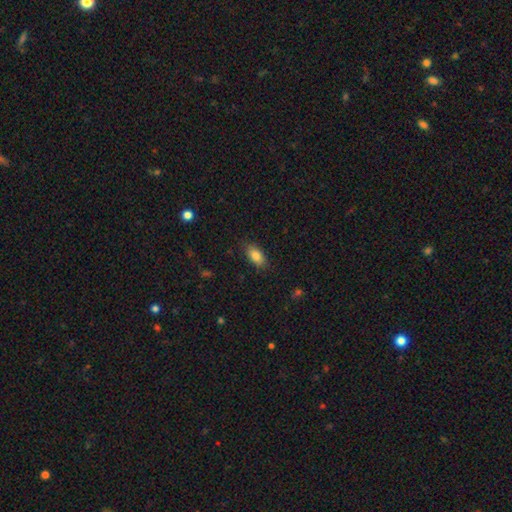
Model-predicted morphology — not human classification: A smooth galaxy with no disk features (85%) that is in between round and cigar-shaped (90%). Merging: none (84%).